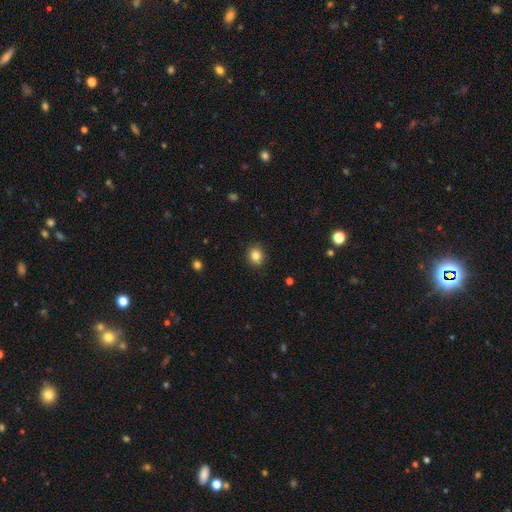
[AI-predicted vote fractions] A smooth galaxy with no disk features (84%) that is round (75%).

Vote fractions:
- Smooth or featured? smooth: 84% / star or artifact: 11% / featured or disk: 5%
- How rounded? round: 75% / in between: 24% / cigar-shaped: 1%
- Merging? none: 90% / minor disturbance: 7% / major disturbance: 2% / merger: 1%